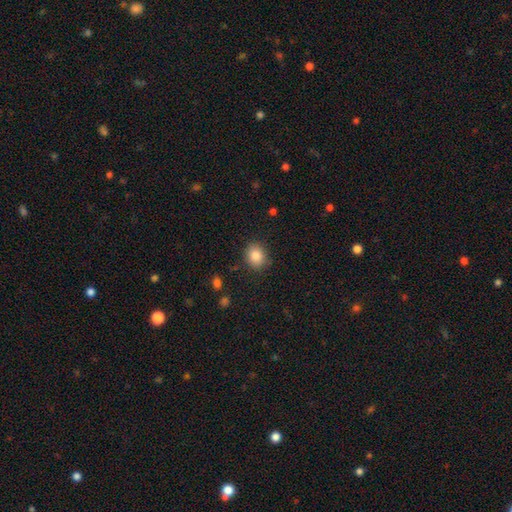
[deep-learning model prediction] The model was most divided on "how rounded": round: 67%, in between: 32%, cigar-shaped: 1%. More confident: merging — none (85%); smooth or featured — smooth (85%).